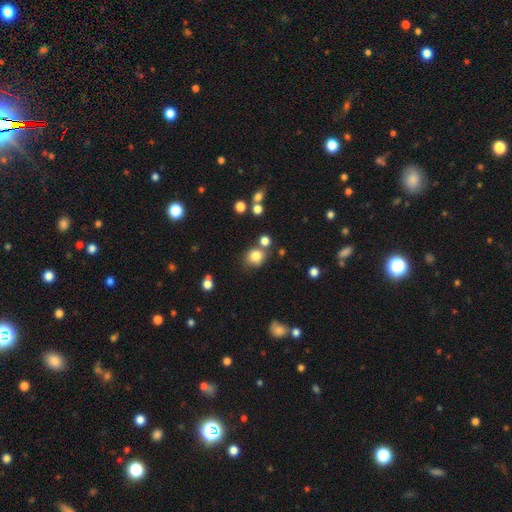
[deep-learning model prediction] smooth_or_featured: smooth (p=0.81) [alt: star or artifact p=0.12]
how_rounded: round (p=0.81) [alt: in between p=0.18]
merging: none (p=0.70) [alt: merger p=0.13]